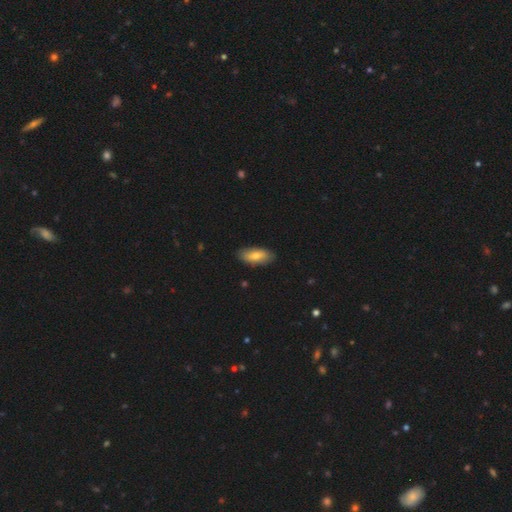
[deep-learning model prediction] smooth 72%, featured or disk 21%, star or artifact 6%. Down the decision tree: how rounded — in between (86%); merging — none (87%).